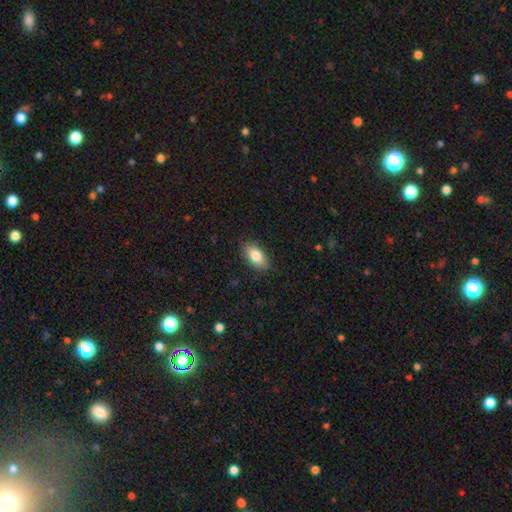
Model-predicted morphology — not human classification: type=smooth (83%); roundness=in between (91%); merging=none (86%).